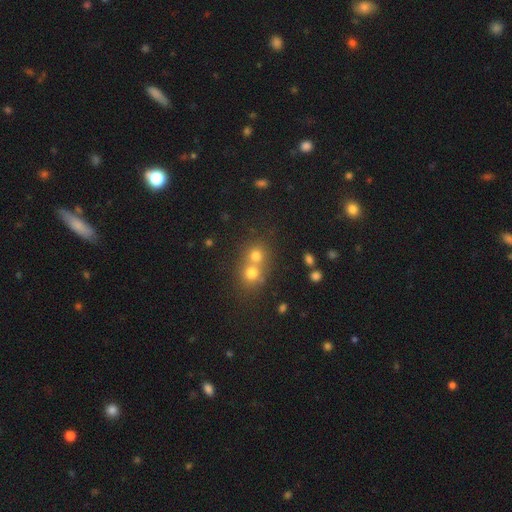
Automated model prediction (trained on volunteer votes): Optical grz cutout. It shows a smooth galaxy with no disk features (73%) that is round (82%). Merging: merger (57%).